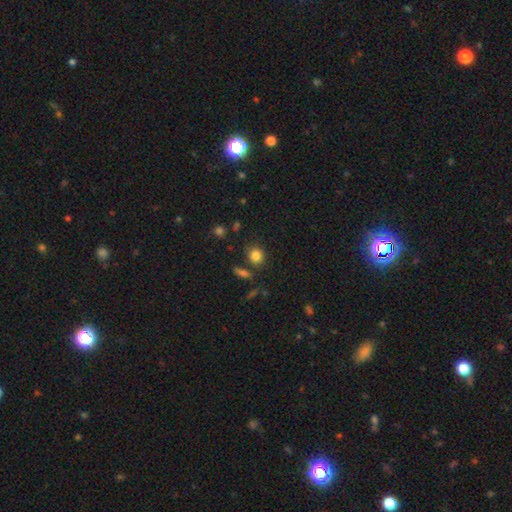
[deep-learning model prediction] Overall: smooth (83%). How rounded: round (75%). Merging: none (76%).